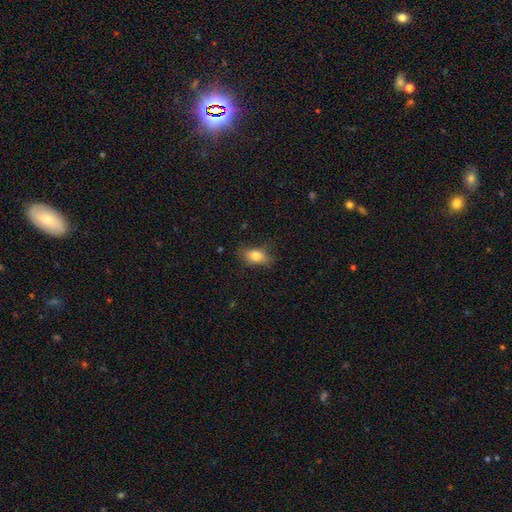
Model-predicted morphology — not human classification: A smooth galaxy with no disk features (80%) that is in between round and cigar-shaped (84%).

Vote fractions:
- Smooth or featured? smooth: 80% / featured or disk: 11% / star or artifact: 9%
- How rounded? in between: 84% / round: 11% / cigar-shaped: 5%
- Merging? none: 75% / minor disturbance: 19% / major disturbance: 5% / merger: 1%